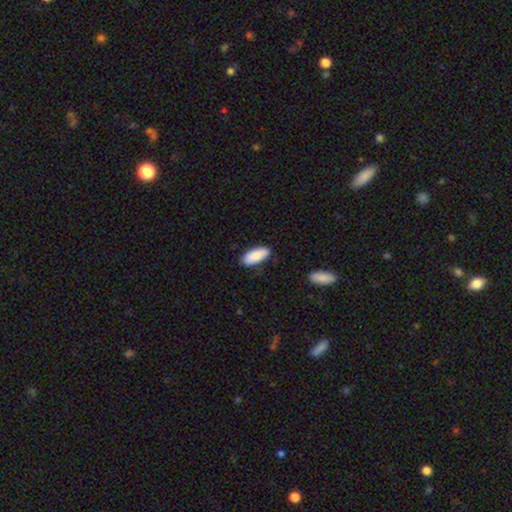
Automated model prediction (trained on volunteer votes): Morphology: type=smooth (89%); roundness=in between (84%); merging=none (83%).